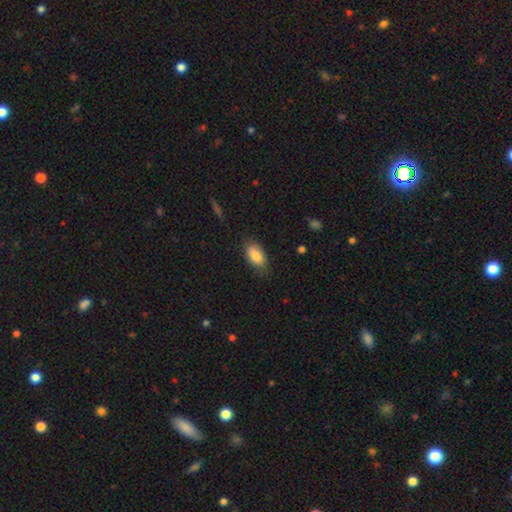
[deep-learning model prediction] A smooth galaxy with no disk features (84%) that is in between round and cigar-shaped (91%).

Vote fractions:
- Smooth or featured? smooth: 84% / featured or disk: 9% / star or artifact: 7%
- How rounded? in between: 91% / round: 5% / cigar-shaped: 3%
- Merging? none: 76% / minor disturbance: 19% / major disturbance: 4% / merger: 1%